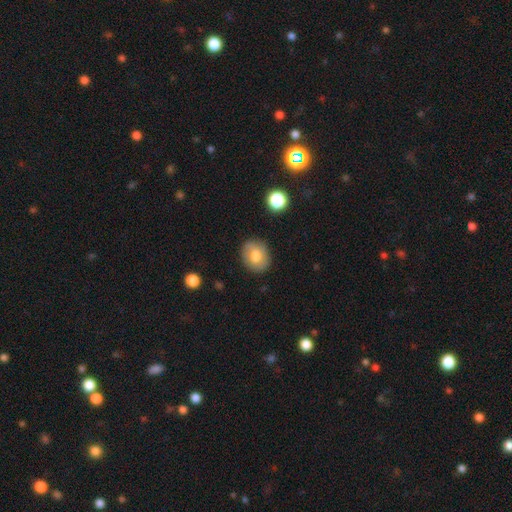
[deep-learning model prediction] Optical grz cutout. It shows a smooth galaxy with no disk features (69%) that is round (52%). Merging: none (83%).